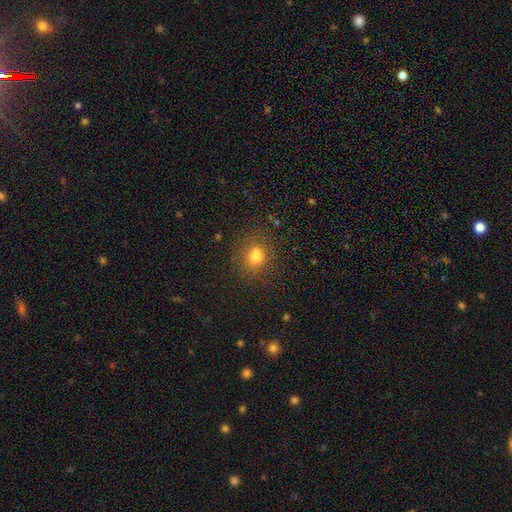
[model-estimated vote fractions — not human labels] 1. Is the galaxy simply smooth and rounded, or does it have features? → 68% smooth, 19% star or artifact, 13% featured or disk.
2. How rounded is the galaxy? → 60% round, 38% in between, 2% cigar-shaped.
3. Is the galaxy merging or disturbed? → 61% none, 21% merger, 12% minor disturbance, 5% major disturbance.